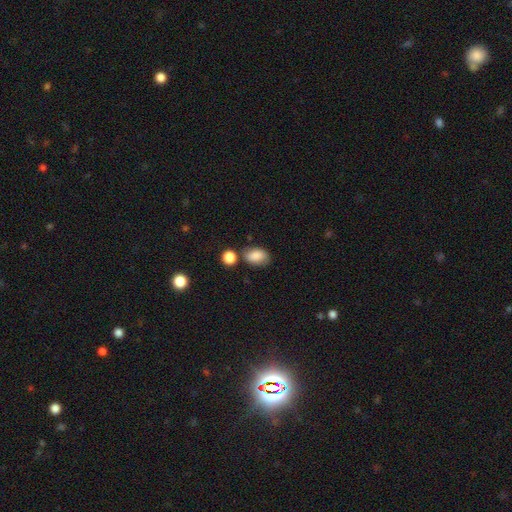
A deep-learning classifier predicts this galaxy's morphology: Smooth or featured? Predicted: smooth (p=0.85). How rounded? Predicted: in between (p=0.85). Merging? Predicted: none (p=0.65).